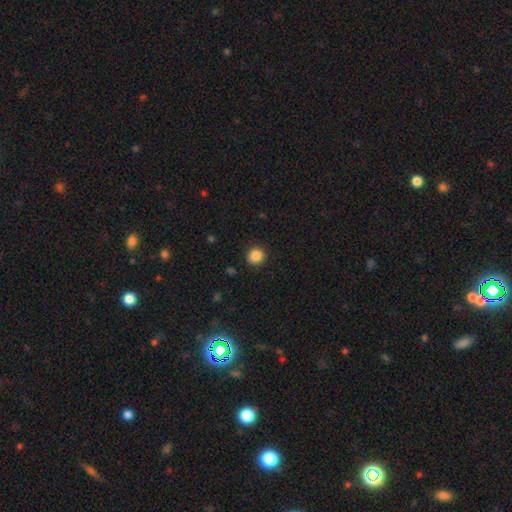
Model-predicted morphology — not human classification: smooth 87%, star or artifact 10%, featured or disk 3%. Down the decision tree: how rounded — round (90%); merging — none (90%).